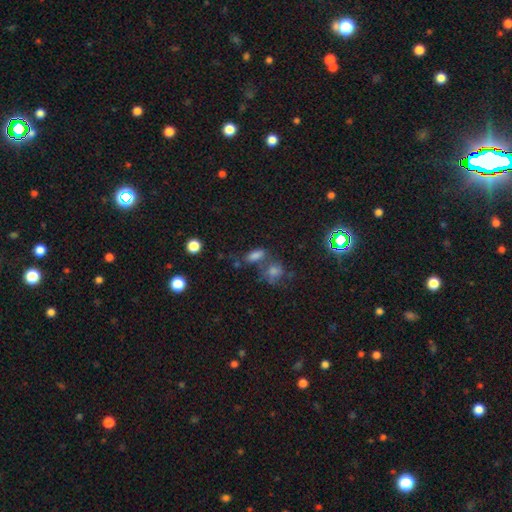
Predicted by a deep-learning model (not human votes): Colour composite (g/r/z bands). It shows a smooth galaxy with no disk features (75%) that is in between round and cigar-shaped (74%). Merging: none (50%).